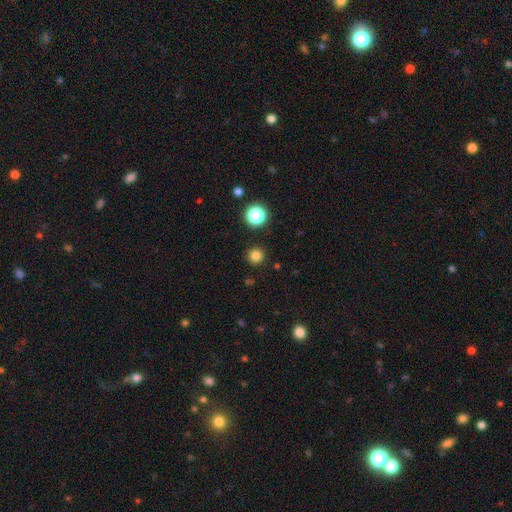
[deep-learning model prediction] Smooth or featured: smooth — 81% (star or artifact — 16%)
How rounded: round — 95% (in between — 4%)
Merging: none — 91% (minor disturbance — 5%)